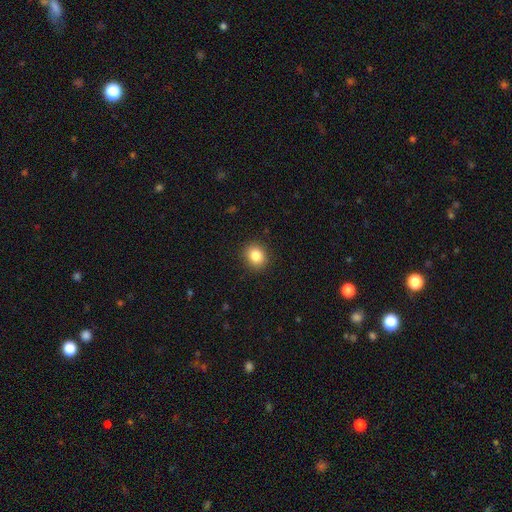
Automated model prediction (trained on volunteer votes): smooth 84%, star or artifact 10%, featured or disk 6%. Down the decision tree: how rounded — round (71%); merging — none (90%).